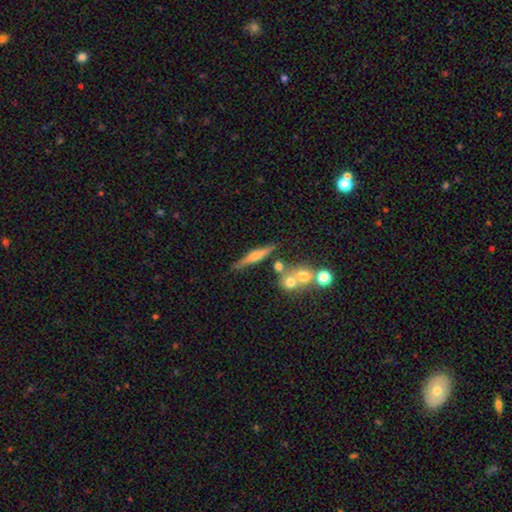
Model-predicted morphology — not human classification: featured or disk 52%, smooth 39%, star or artifact 8%. Down the decision tree: edge-on disk — yes (92%); merging — none (71%).